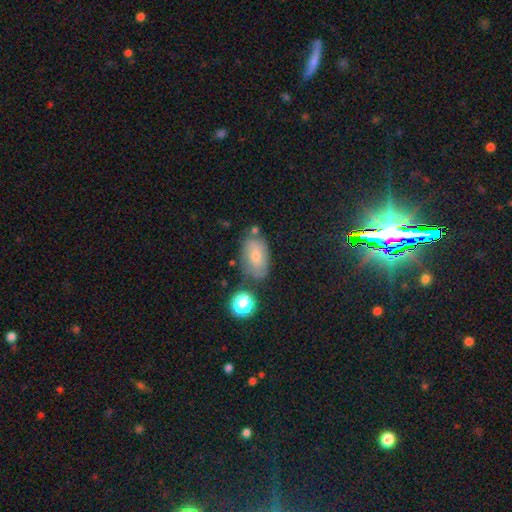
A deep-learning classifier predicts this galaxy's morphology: The model was most divided on "smooth or featured": smooth: 56%, featured or disk: 27%, star or artifact: 17%. More confident: how rounded — in between (87%); merging — none (68%).